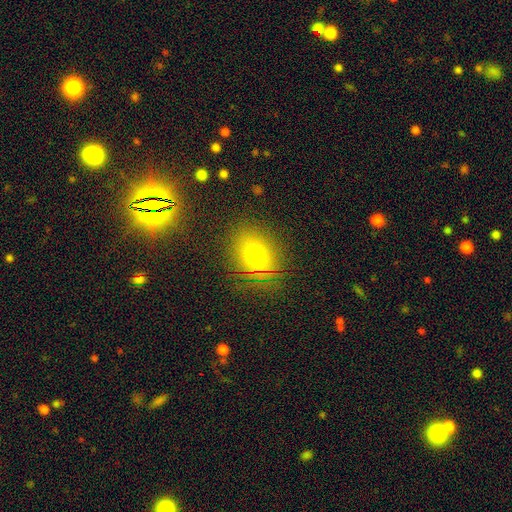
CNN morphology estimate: type=smooth (71%); roundness=round (54%); merging=none (84%).